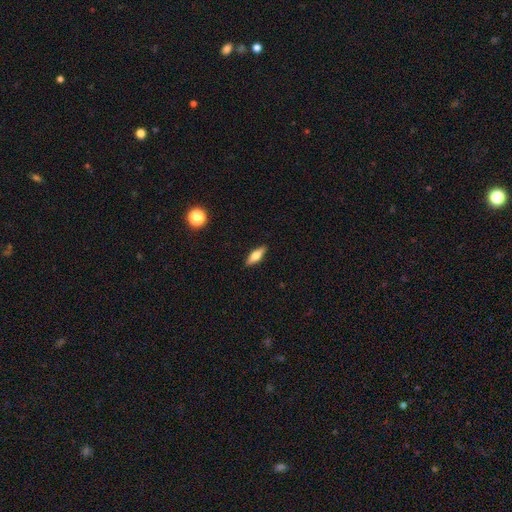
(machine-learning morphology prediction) smooth 57%, featured or disk 36%, star or artifact 7%. Down the decision tree: how rounded — in between (56%); merging — none (90%).